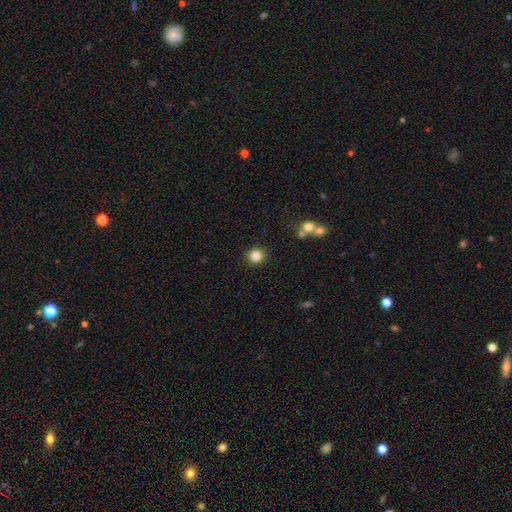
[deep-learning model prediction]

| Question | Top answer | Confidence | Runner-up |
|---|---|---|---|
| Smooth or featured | smooth | 83% | star or artifact (11%) |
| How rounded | round | 87% | in between (12%) |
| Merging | none | 89% | minor disturbance (7%) |